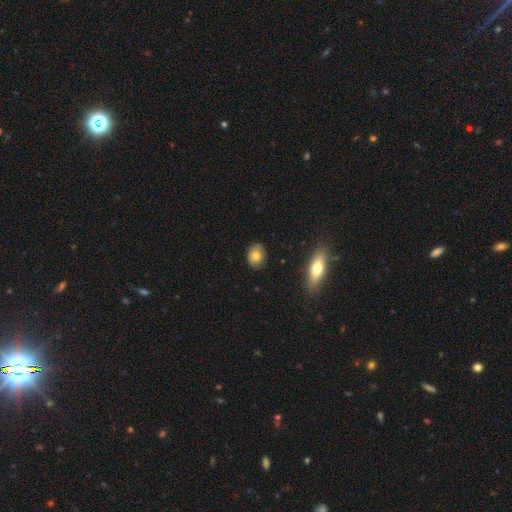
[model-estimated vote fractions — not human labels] smooth 78%, featured or disk 14%, star or artifact 8%. Down the decision tree: how rounded — round (51%); merging — none (86%).